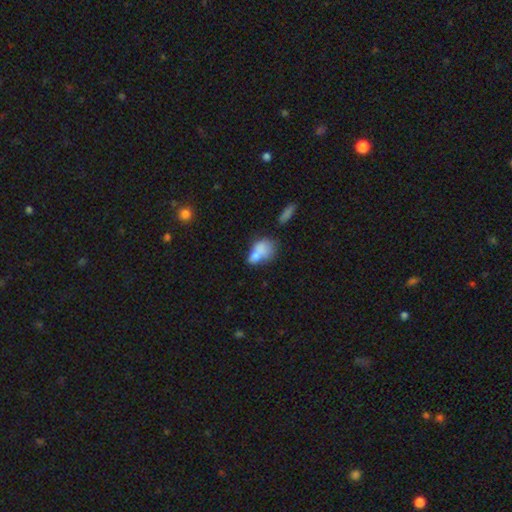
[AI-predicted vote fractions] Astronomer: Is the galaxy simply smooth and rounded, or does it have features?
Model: smooth — 68%.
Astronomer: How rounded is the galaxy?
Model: in between — 72%.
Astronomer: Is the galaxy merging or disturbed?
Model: merger — 46% (runner-up: none, 29%).